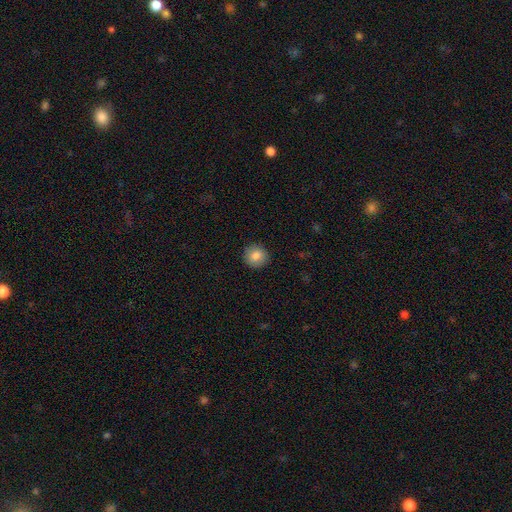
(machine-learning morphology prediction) Overall: smooth (84%). How rounded: round (92%). Merging: none (91%).